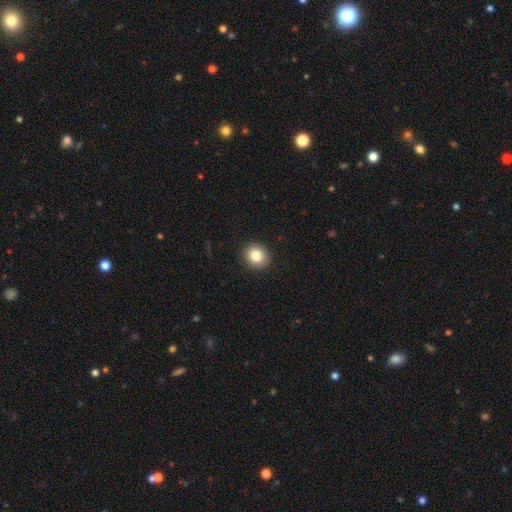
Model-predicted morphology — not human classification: smooth 83%, star or artifact 10%, featured or disk 7%. Down the decision tree: how rounded — round (81%); merging — none (91%).